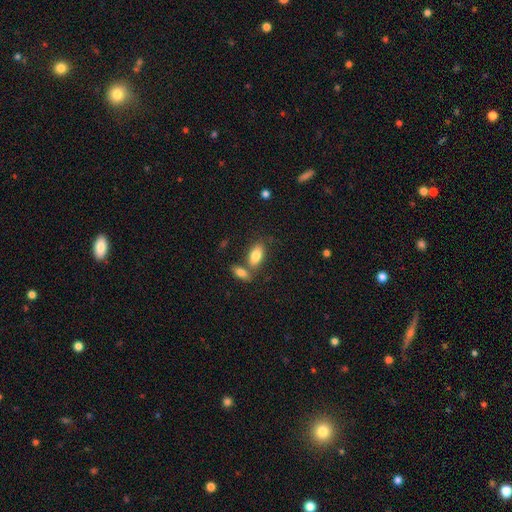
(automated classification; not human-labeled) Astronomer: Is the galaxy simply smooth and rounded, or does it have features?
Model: smooth — 83%.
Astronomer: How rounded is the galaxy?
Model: in between — 90%.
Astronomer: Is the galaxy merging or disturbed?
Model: none — 56%.